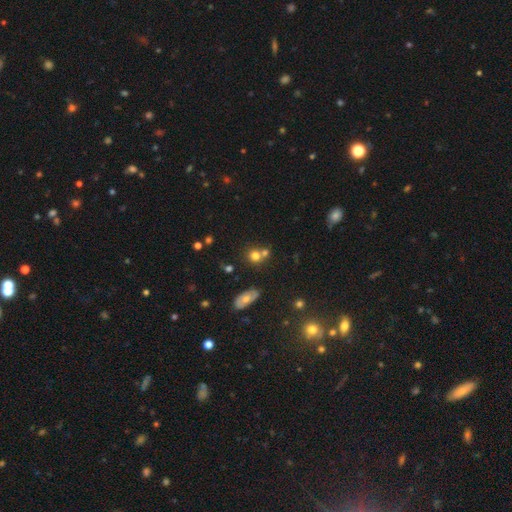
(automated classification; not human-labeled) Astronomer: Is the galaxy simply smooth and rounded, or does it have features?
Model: smooth — 73%.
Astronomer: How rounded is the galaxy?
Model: round — 80%.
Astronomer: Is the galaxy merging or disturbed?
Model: none — 50% (runner-up: merger, 37%).